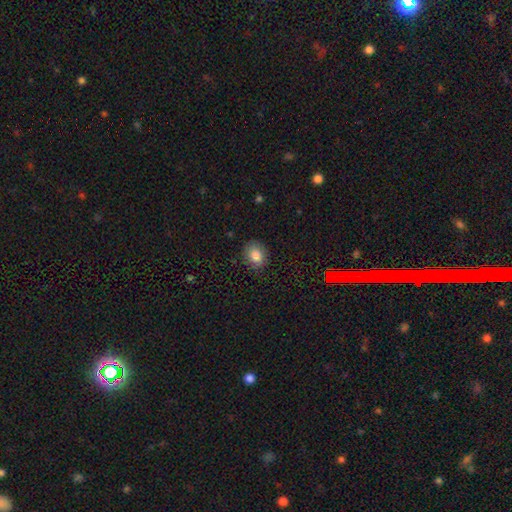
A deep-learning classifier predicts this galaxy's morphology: Smooth or featured: smooth — 84% (star or artifact — 9%)
How rounded: in between — 51% (round — 48%)
Merging: none — 82% (minor disturbance — 13%)